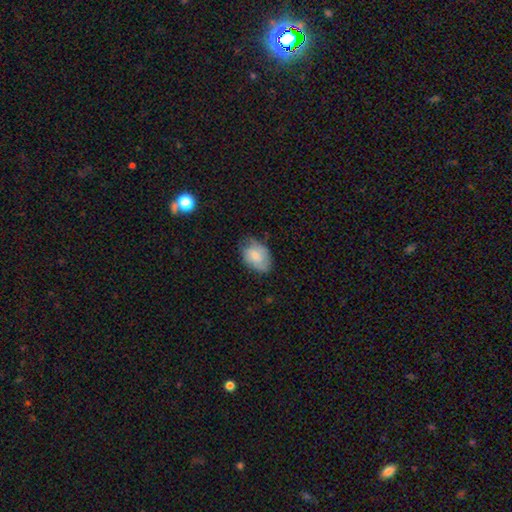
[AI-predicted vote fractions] Smooth or featured? Predicted: smooth (p=0.71). How rounded? Predicted: in between (p=0.81). Merging? Predicted: none (p=0.58).